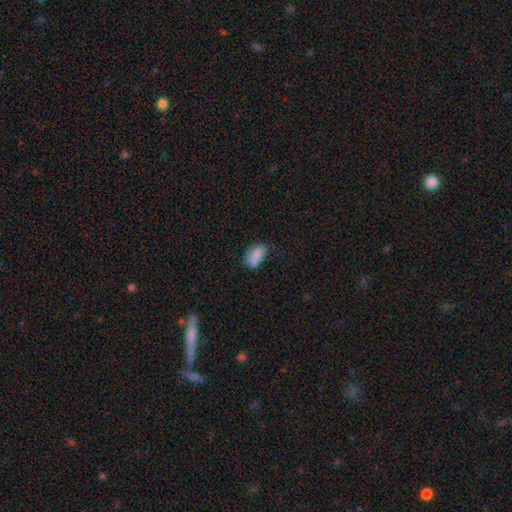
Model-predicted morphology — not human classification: smooth_or_featured: smooth (p=0.73) [alt: featured or disk p=0.17]
how_rounded: in between (p=0.84) [alt: round p=0.14]
merging: merger (p=0.36) [alt: none p=0.34]